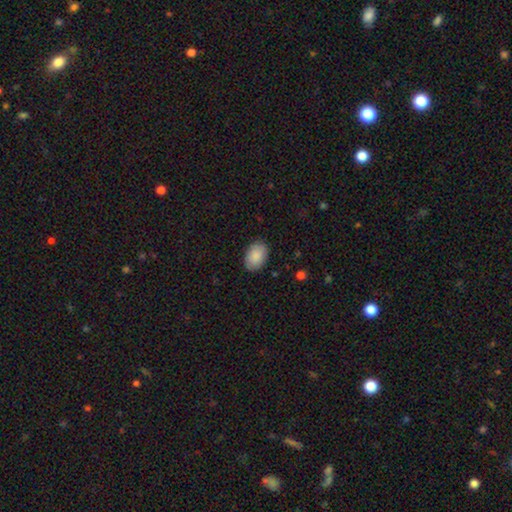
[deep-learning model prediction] smooth 89%, star or artifact 6%, featured or disk 4%. Down the decision tree: how rounded — in between (86%); merging — none (88%).